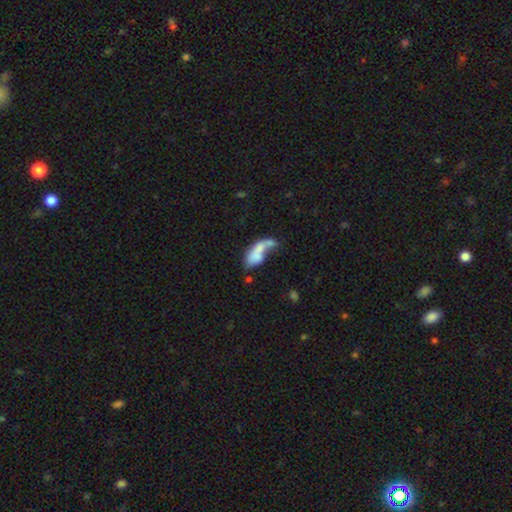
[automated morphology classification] This appears to be a smooth galaxy with no disk features (63%) that is in between round and cigar-shaped (76%). Merging: merger (48%).